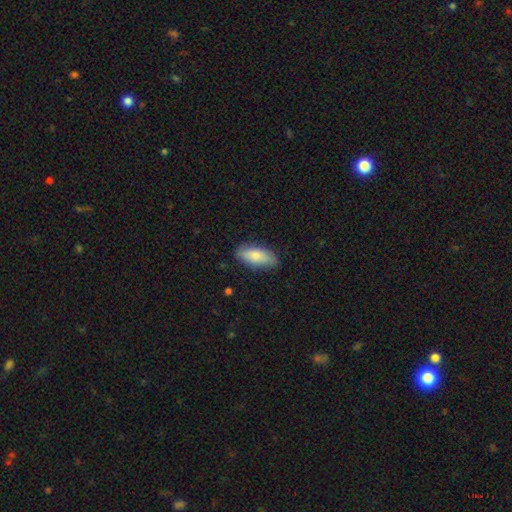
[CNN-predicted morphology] type=smooth (80%); roundness=in between (85%); merging=none (82%).